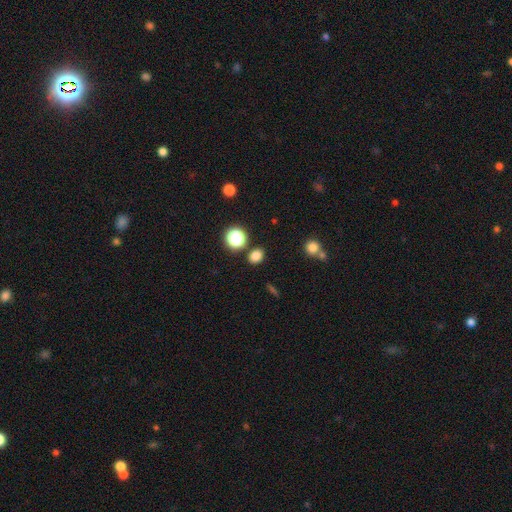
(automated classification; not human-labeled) The model was most divided on "how rounded": in between: 53%, round: 46%, cigar-shaped: 1%. More confident: merging — none (82%); smooth or featured — smooth (79%).